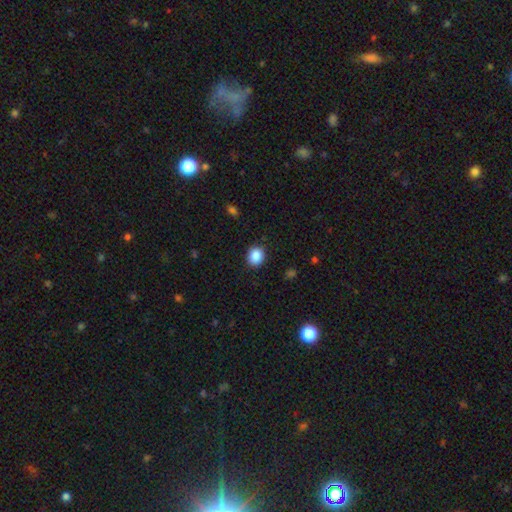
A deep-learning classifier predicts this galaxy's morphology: Smooth or featured?
  - smooth: 88% *
  - star or artifact: 9%
  - featured or disk: 3%
How rounded?
  - round: 69% *
  - in between: 30%
  - cigar-shaped: 1%
Merging?
  - none: 88% *
  - minor disturbance: 8%
  - major disturbance: 2%
  - merger: 1%